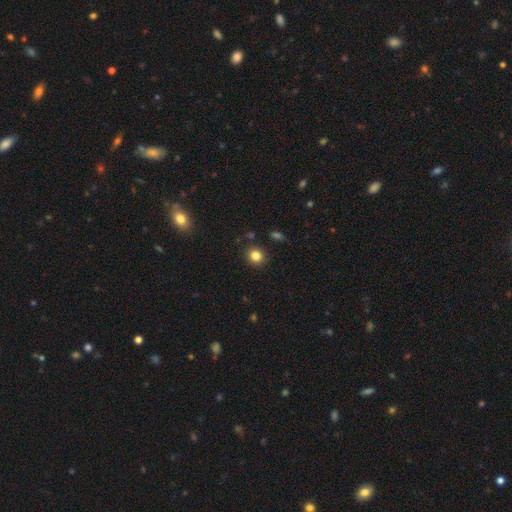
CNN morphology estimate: Smooth or featured? smooth (83%)
How rounded? round (86%)
Merging? none (88%)